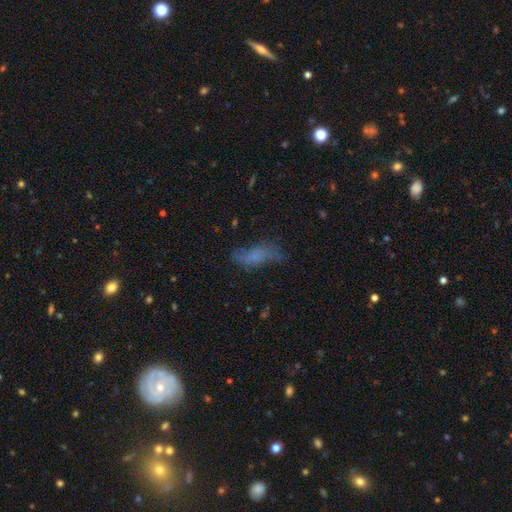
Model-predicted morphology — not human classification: A smooth galaxy with no disk features (59%) that is in between round and cigar-shaped (66%).

Vote fractions:
- Smooth or featured? smooth: 59% / featured or disk: 28% / star or artifact: 13%
- How rounded? in between: 66% / cigar-shaped: 30% / round: 3%
- Merging? none: 50% / minor disturbance: 28% / major disturbance: 19% / merger: 3%